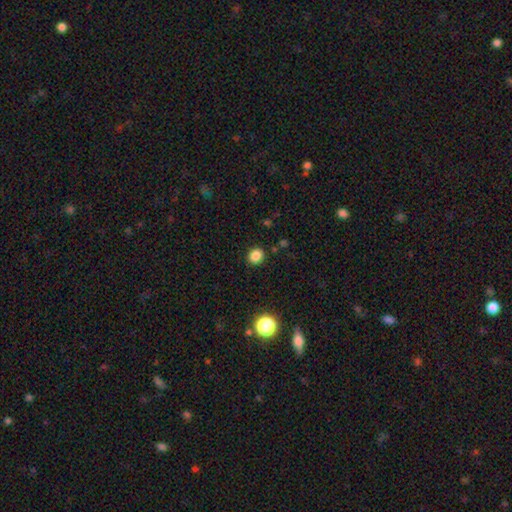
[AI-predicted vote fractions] A smooth galaxy with no disk features (84%) that is round (77%). Merging: none (89%).